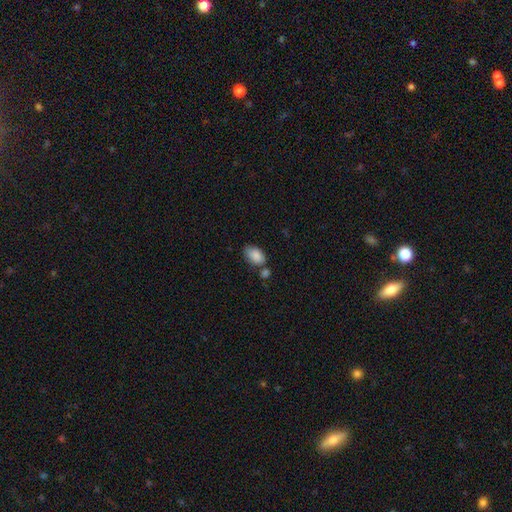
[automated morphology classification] Smooth or featured? Predicted: smooth (p=0.87). How rounded? Predicted: in between (p=0.91). Merging? Predicted: none (p=0.55).